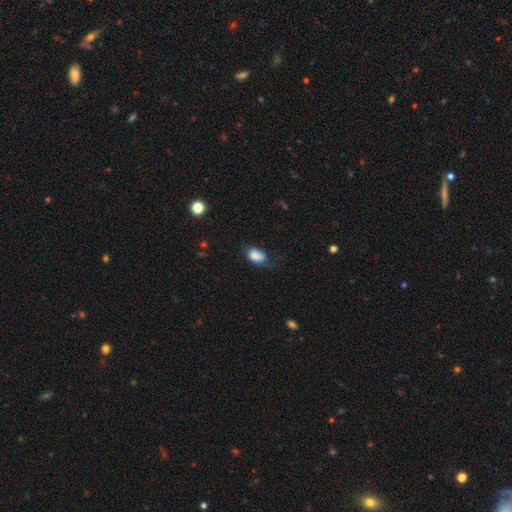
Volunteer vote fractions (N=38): A smooth galaxy with no disk features (82%) that is in between round and cigar-shaped (90%).

Vote fractions:
- Smooth or featured? smooth: 82% / featured or disk: 13% / star or artifact: 5%
- How rounded? in between: 90% / round: 10% / cigar-shaped: 0%
- Merging? none: 42% (tied) / minor disturbance: 42% (tied) / major disturbance: 17% / merger: 0%